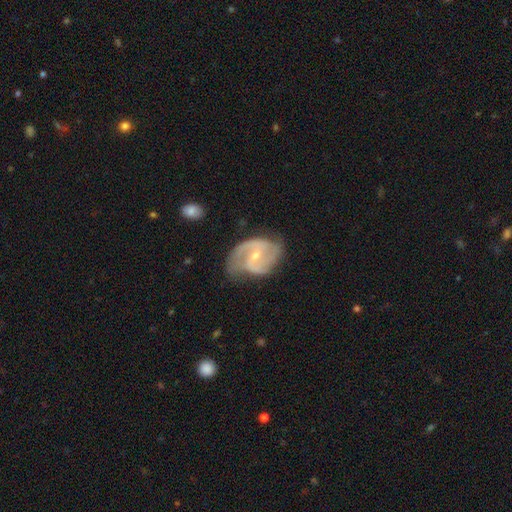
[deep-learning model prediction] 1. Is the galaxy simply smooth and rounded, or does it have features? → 87% featured or disk, 8% smooth, 5% star or artifact.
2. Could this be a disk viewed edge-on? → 98% no, 2% yes.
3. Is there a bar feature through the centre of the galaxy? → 48% weak, 32% no, 20% strong.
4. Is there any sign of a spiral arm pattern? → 96% yes, 4% no.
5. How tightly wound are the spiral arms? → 54% medium, 27% tight, 19% loose.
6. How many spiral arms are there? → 79% 2, 8% 3, 7% can't tell, 3% 1, 2% 4, 2% more than 4.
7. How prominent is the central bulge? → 61% small, 36% moderate, 1% none, 1% large, 1% dominant.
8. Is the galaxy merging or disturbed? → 62% none, 25% minor disturbance, 11% major disturbance, 2% merger.